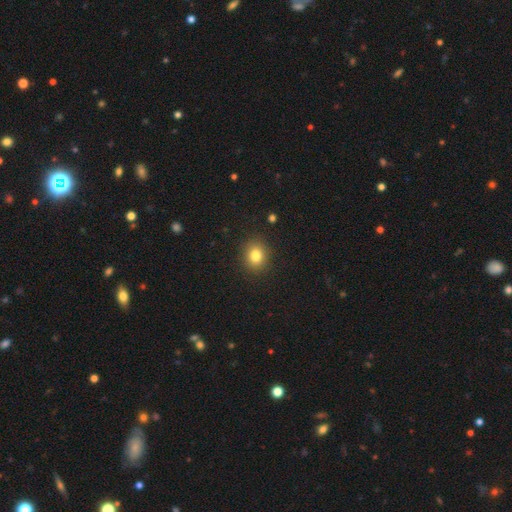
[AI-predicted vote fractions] A smooth galaxy with no disk features (82%) that is round (67%). Merging: none (89%).